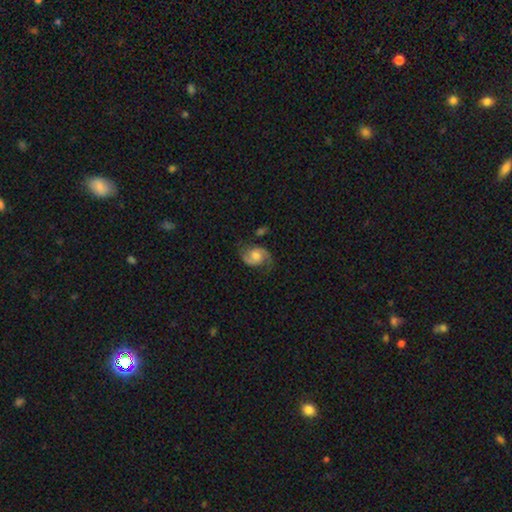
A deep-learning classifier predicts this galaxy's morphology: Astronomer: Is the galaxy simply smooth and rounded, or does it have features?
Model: featured or disk — 82%.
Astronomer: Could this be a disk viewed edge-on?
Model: no — 98%.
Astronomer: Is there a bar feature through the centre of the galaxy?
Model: no — 61%.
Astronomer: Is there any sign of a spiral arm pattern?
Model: yes — 96%.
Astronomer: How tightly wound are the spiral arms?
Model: medium — 51% (runner-up: loose, 34%).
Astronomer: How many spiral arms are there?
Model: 2 — 92%.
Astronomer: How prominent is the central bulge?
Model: moderate — 56%.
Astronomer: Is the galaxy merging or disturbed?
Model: none — 73%.